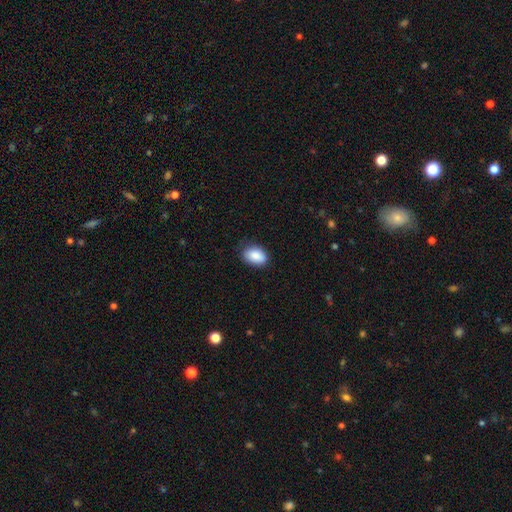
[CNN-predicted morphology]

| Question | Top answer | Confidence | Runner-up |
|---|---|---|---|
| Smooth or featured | smooth | 88% | star or artifact (7%) |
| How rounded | in between | 86% | round (12%) |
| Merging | none | 78% | minor disturbance (18%) |